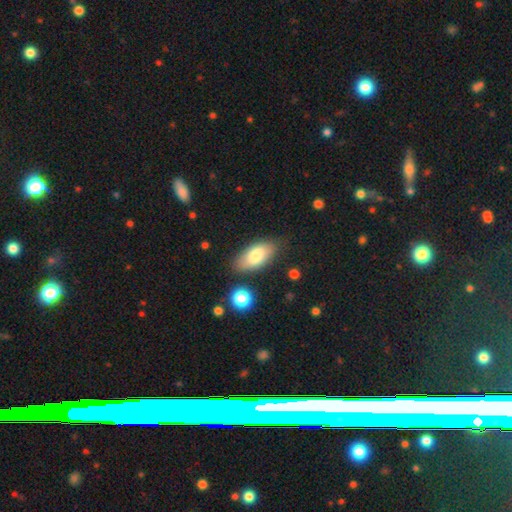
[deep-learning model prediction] The model was most divided on "smooth or featured": smooth: 78%, featured or disk: 15%, star or artifact: 7%. More confident: how rounded — in between (90%); merging — none (78%).